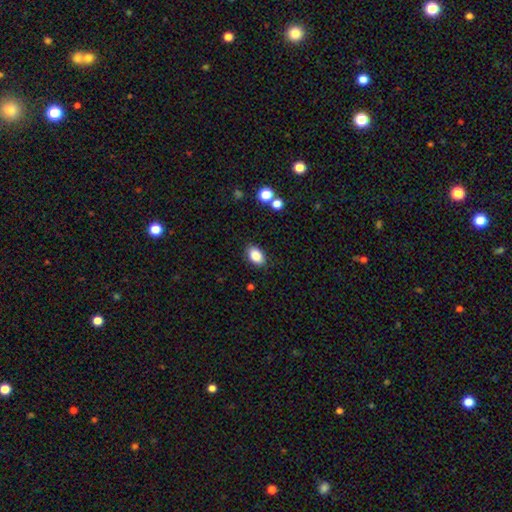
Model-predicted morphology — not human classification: smooth 88%, star or artifact 8%, featured or disk 4%. Down the decision tree: how rounded — in between (87%); merging — none (86%).